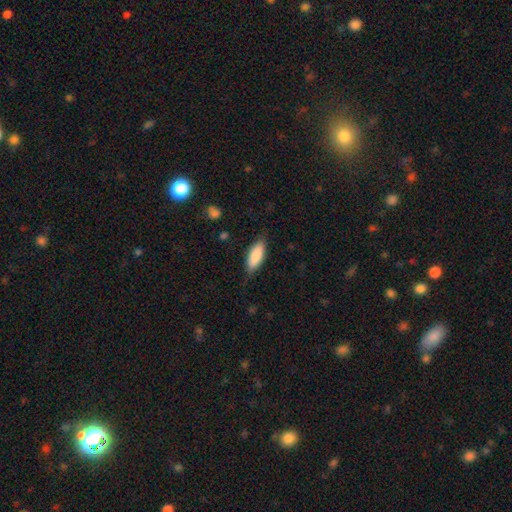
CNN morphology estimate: A smooth galaxy with no disk features (85%) that is in between round and cigar-shaped (73%).

Vote fractions:
- Smooth or featured? smooth: 85% / featured or disk: 9% / star or artifact: 6%
- How rounded? in between: 73% / cigar-shaped: 26% / round: 2%
- Merging? none: 78% / minor disturbance: 17% / major disturbance: 4% / merger: 1%